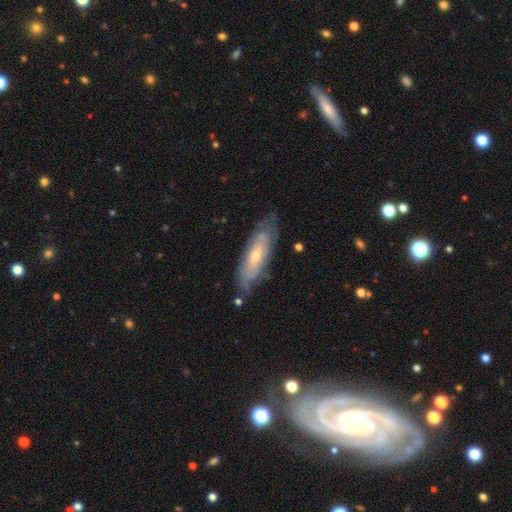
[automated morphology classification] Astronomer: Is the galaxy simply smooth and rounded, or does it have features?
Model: featured or disk — 65%.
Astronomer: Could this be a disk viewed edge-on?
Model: no — 77%.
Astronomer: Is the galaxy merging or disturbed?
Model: none — 69%.